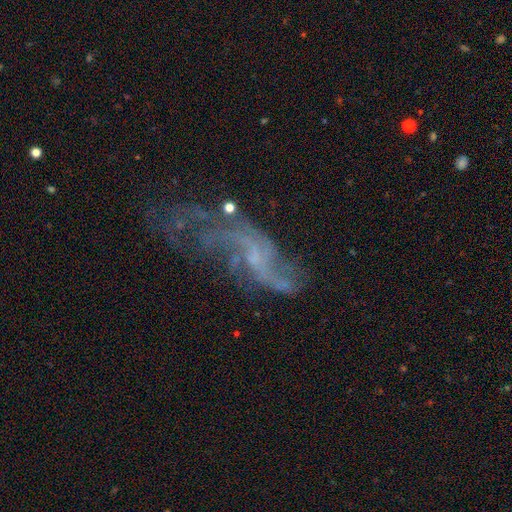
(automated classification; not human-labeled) This is likely a featured or disk galaxy (78%). It is clearly not viewed edge-on (93%). Bar: possibly no (59%). Spiral arm pattern: clearly yes (83%). Spiral arm count: possibly 2 (46%). Spiral winding: likely loose (75%). Central bulge: likely small (60%). Merging: marginally none (43%).